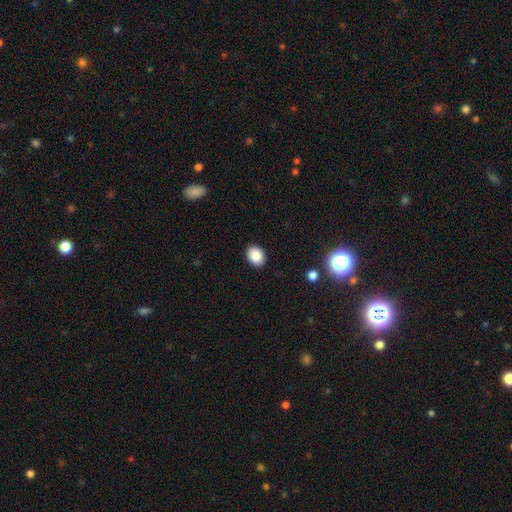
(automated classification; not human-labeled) A smooth galaxy with no disk features (88%) that is in between round and cigar-shaped (68%). Merging: none (90%).